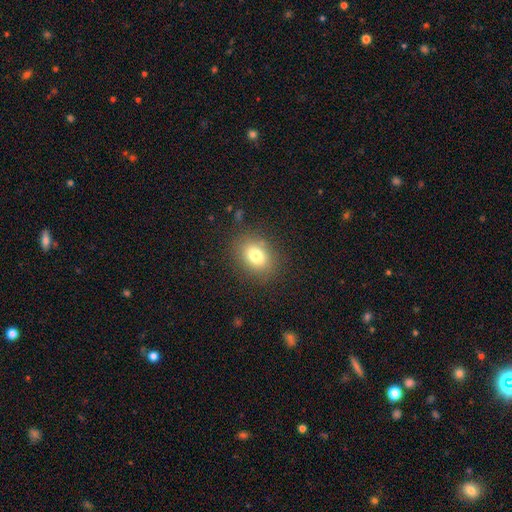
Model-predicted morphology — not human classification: smooth 78%, star or artifact 12%, featured or disk 10%. Down the decision tree: how rounded — in between (60%); merging — none (83%).